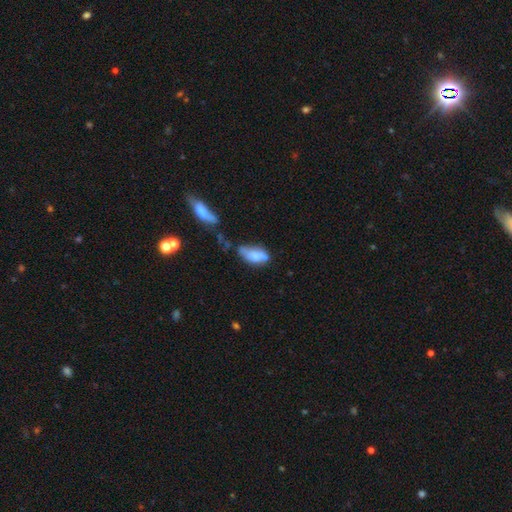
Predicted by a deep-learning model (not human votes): Smooth or featured: smooth — 61% (featured or disk — 31%)
How rounded: in between — 84% (cigar-shaped — 13%)
Merging: none — 39% (minor disturbance — 32%)